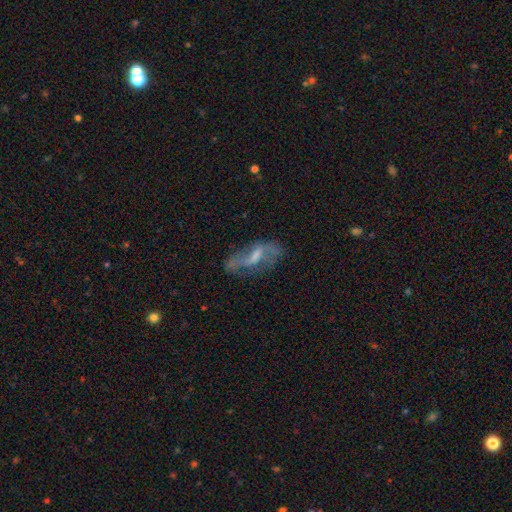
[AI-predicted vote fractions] featured or disk 72%, smooth 20%, star or artifact 8%. Down the decision tree: edge-on disk — no (90%); bar — weak (51%); spiral arms — yes (83%); spiral arm count — 2 (80%); spiral winding — loose (67%); bulge size — small (38%); merging — none (61%).